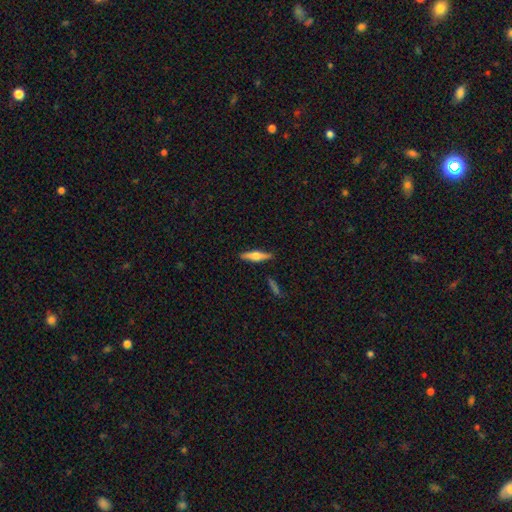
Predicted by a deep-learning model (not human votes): Smooth or featured: featured or disk — 49% (smooth — 45%)
Merging: none — 87% (minor disturbance — 9%)